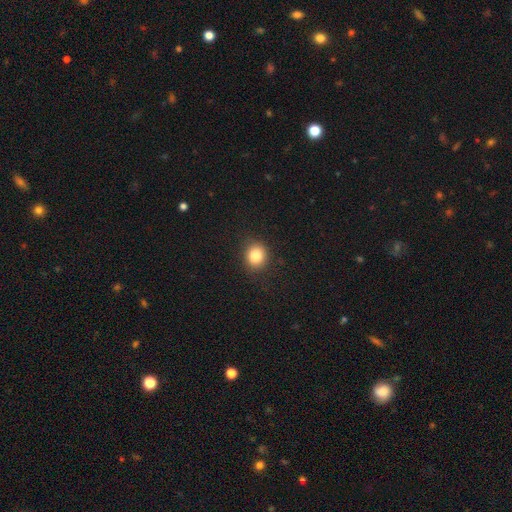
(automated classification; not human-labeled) Morphology: type=smooth (83%); roundness=round (79%); merging=none (88%).